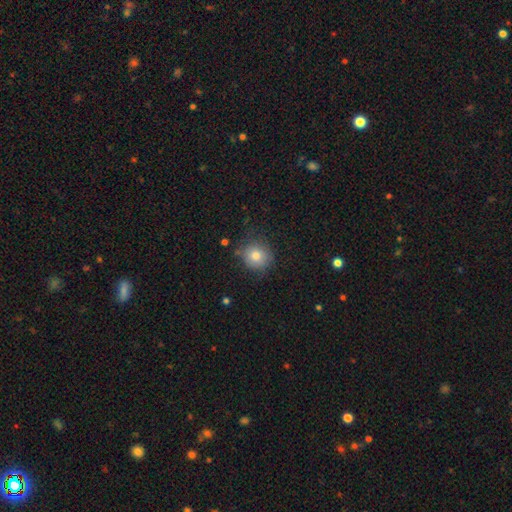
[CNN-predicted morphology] Overall: smooth (79%). How rounded: round (89%). Merging: none (80%).